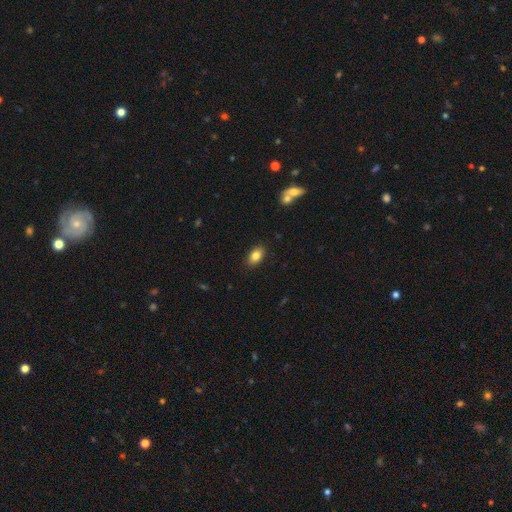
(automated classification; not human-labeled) smooth-or-featured: smooth: 83% | featured or disk: 9% | star or artifact: 8%
  how-rounded: in between: 90% | round: 8% | cigar-shaped: 2%
  merging: none: 88% | minor disturbance: 9% | major disturbance: 2% | merger: 1%